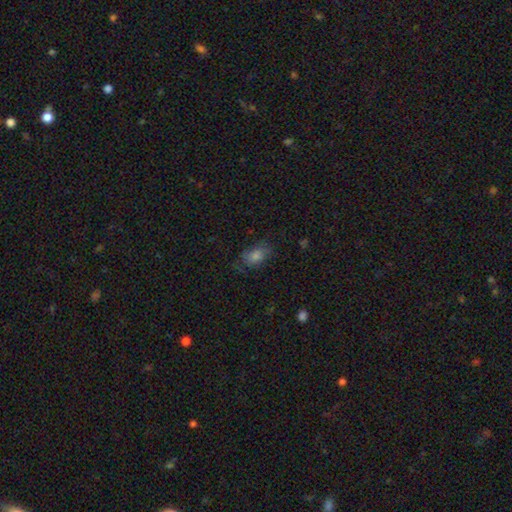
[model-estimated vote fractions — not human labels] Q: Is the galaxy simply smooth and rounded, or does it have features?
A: smooth — 68%.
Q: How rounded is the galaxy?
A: in between — 82%.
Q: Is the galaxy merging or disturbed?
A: none — 68%.